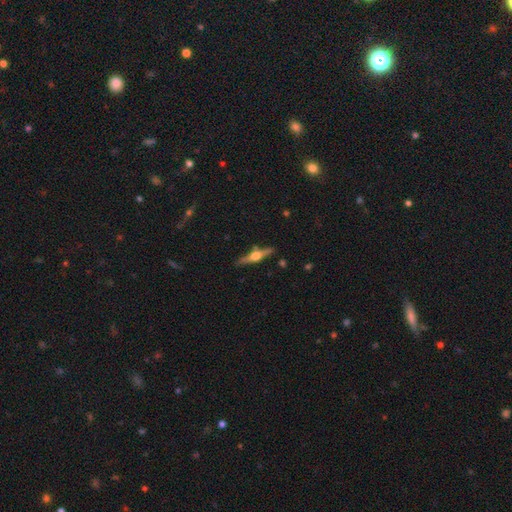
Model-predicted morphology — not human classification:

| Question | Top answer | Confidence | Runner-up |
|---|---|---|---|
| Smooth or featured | featured or disk | 77% | smooth (18%) |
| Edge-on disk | yes | 98% | no (2%) |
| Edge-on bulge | rounded | 95% | boxy (4%) |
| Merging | none | 88% | minor disturbance (9%) |